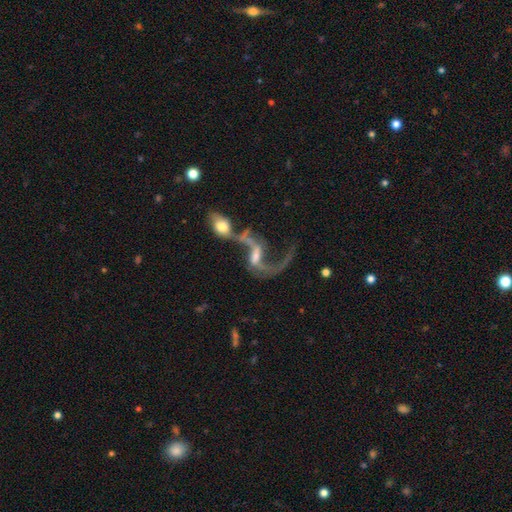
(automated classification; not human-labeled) featured or disk 81%, smooth 10%, star or artifact 9%. Down the decision tree: edge-on disk — no (95%); bar — weak (42%); spiral arms — yes (84%); spiral arm count — 2 (69%); spiral winding — loose (87%); bulge size — small (40%); merging — merger (53%).